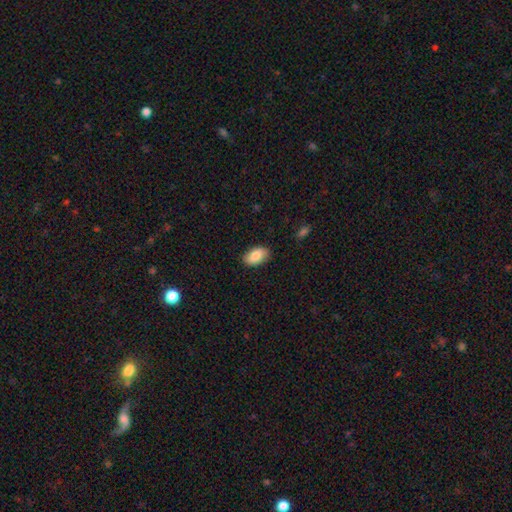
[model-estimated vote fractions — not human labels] Smooth or featured? smooth (84%)
How rounded? in between (94%)
Merging? none (86%)